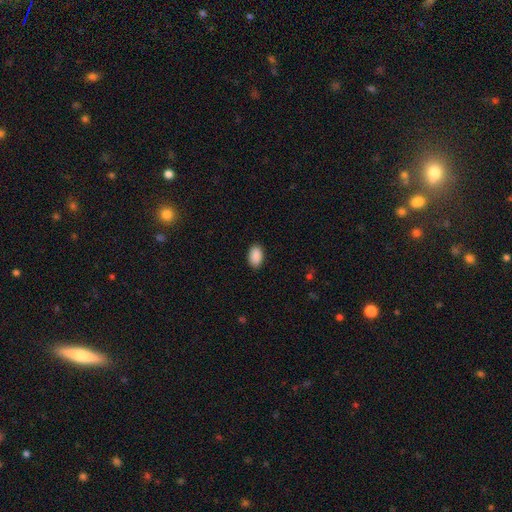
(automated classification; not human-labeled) The model was most divided on "merging": none: 89%, minor disturbance: 8%, major disturbance: 2%, merger: 1%. More confident: how rounded — in between (93%); smooth or featured — smooth (91%).